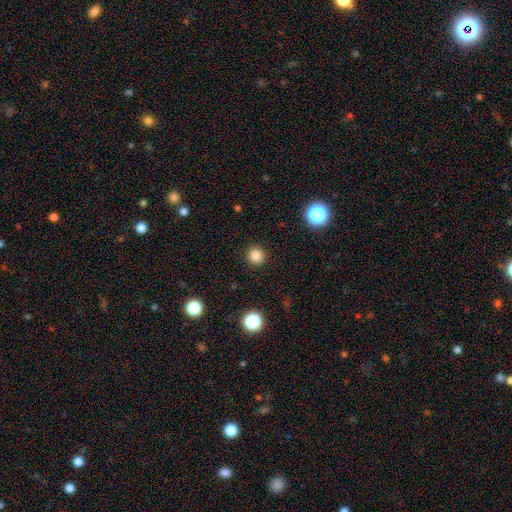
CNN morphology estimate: Smooth or featured? Predicted: smooth (p=0.83). How rounded? Predicted: round (p=0.94). Merging? Predicted: none (p=0.92).